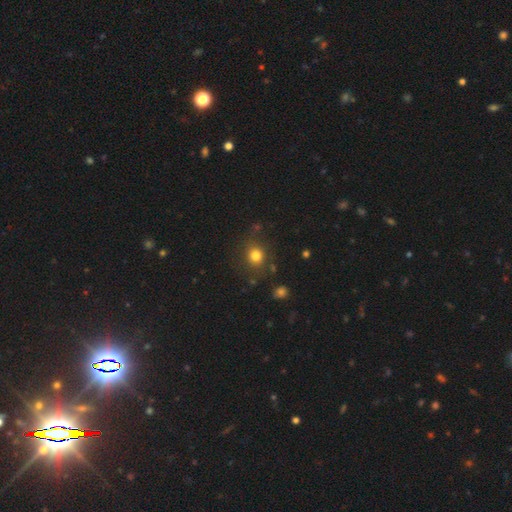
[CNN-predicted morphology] This appears to be a smooth galaxy with no disk features (79%) that is round (81%). Merging: none (80%).